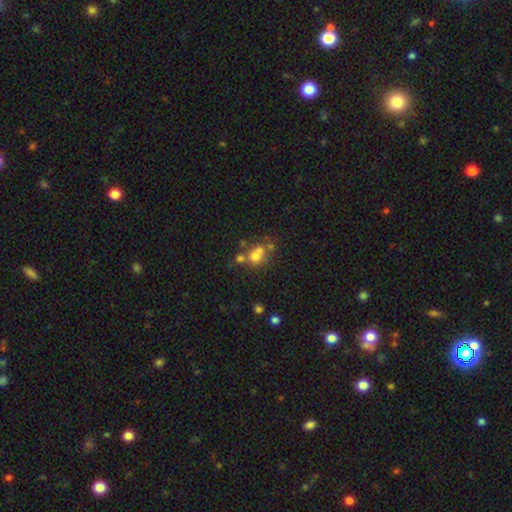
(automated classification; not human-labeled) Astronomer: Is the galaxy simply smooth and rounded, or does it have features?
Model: smooth — 60%.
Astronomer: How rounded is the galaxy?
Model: round — 74%.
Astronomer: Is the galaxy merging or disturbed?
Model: merger — 45% (runner-up: none, 38%).